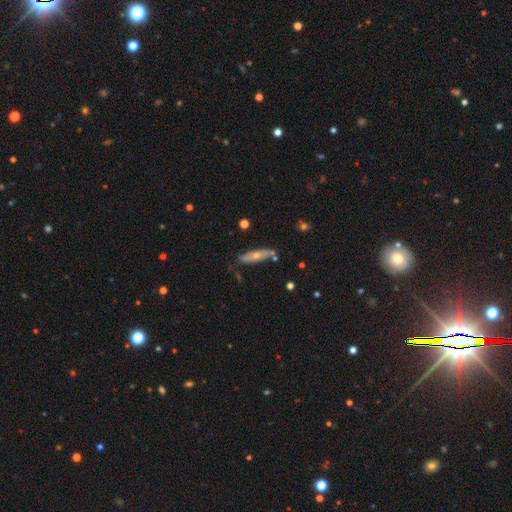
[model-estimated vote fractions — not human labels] Smooth or featured? Predicted: featured or disk (p=0.53). Edge-on disk? Predicted: yes (p=0.60). Merging? Predicted: none (p=0.73).